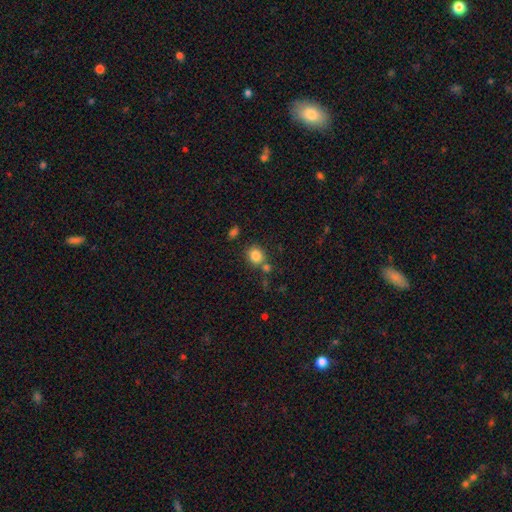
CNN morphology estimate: Overall: smooth (84%). How rounded: round (69%; in between 30%). Merging: none (67%).